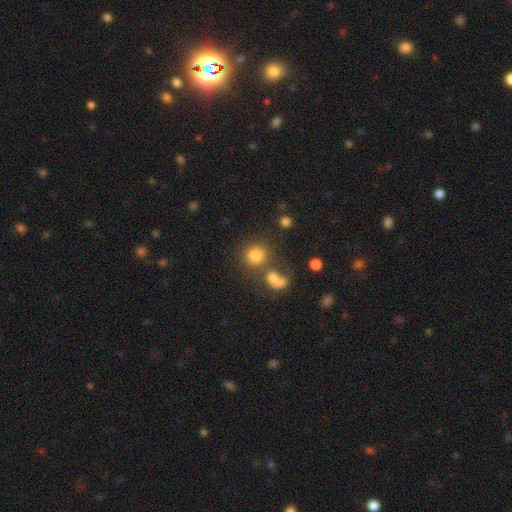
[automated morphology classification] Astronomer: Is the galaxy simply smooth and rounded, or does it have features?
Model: smooth — 79%.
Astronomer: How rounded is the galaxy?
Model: round — 85%.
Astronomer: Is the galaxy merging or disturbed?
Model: none — 60%.